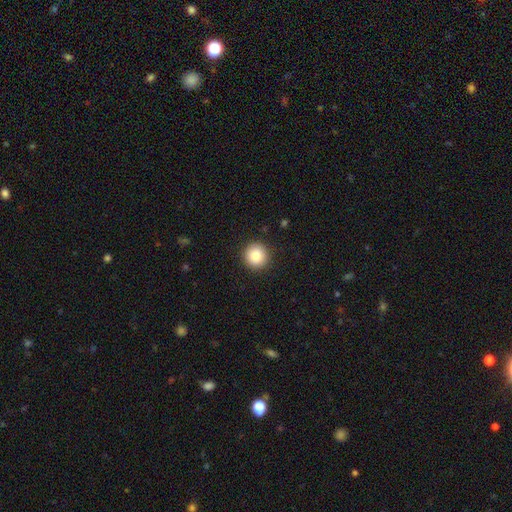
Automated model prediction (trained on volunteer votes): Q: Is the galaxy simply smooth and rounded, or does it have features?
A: smooth — 85%.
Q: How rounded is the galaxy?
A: round — 94%.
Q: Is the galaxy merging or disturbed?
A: none — 92%.